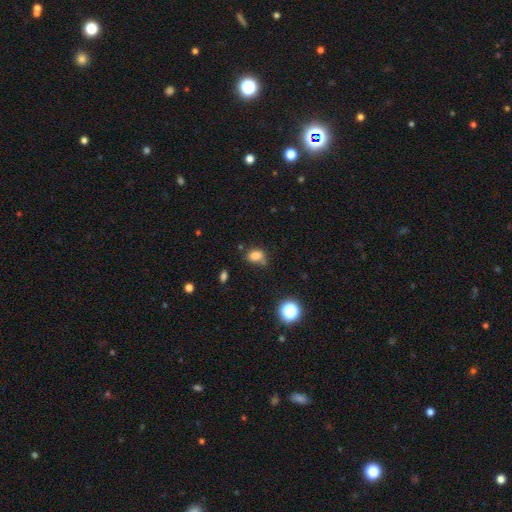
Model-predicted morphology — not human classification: Overall: smooth (79%). How rounded: in between (69%; round 29%). Merging: none (52%; minor disturbance 28%).